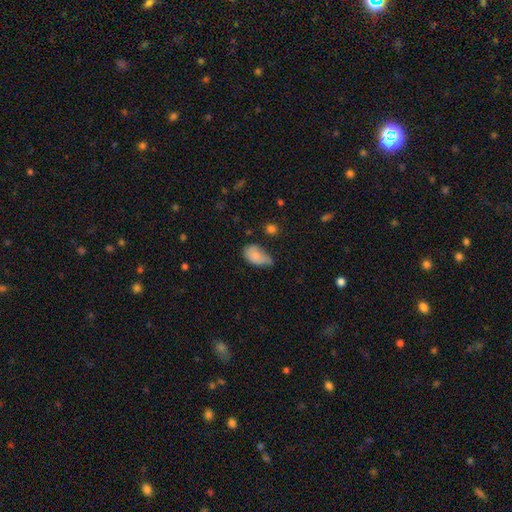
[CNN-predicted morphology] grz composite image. It shows a smooth galaxy with no disk features (79%) that is in between round and cigar-shaped (90%). Merging: minor disturbance (46%).